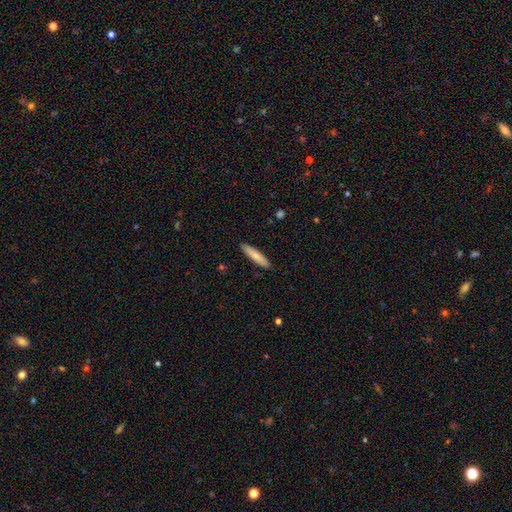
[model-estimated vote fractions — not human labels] This is likely a smooth galaxy (76%). How rounded: clearly cigar-shaped (87%). Merging: clearly none (91%).